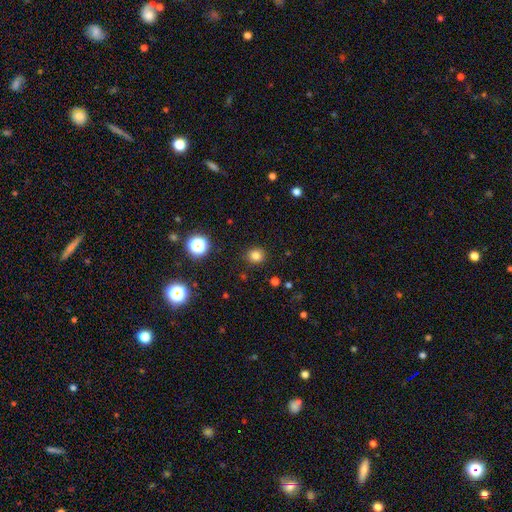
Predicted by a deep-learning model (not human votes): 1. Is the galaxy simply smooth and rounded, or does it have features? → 80% smooth, 15% star or artifact, 5% featured or disk.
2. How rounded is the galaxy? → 89% round, 10% in between, 1% cigar-shaped.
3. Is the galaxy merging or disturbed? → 90% none, 6% minor disturbance, 2% major disturbance, 1% merger.